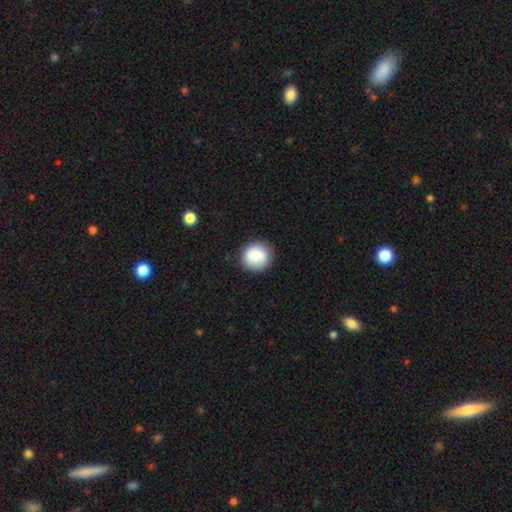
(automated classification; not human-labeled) A smooth galaxy with no disk features (87%) that is round (88%). Merging: none (86%).